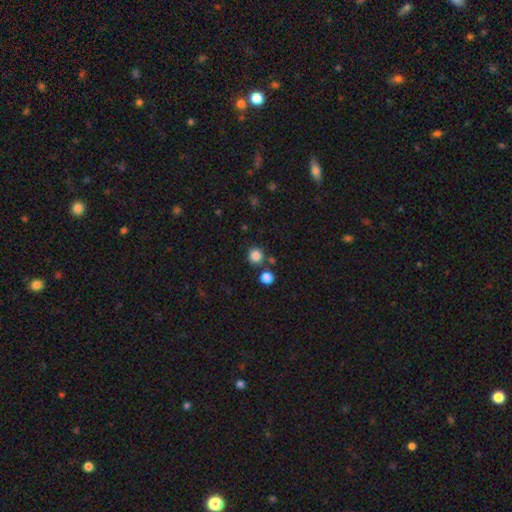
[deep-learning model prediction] Smooth or featured?
  - smooth: 84% *
  - star or artifact: 12%
  - featured or disk: 4%
How rounded?
  - round: 93% *
  - in between: 6%
  - cigar-shaped: 1%
Merging?
  - none: 80% *
  - merger: 10%
  - minor disturbance: 7%
  - major disturbance: 3%